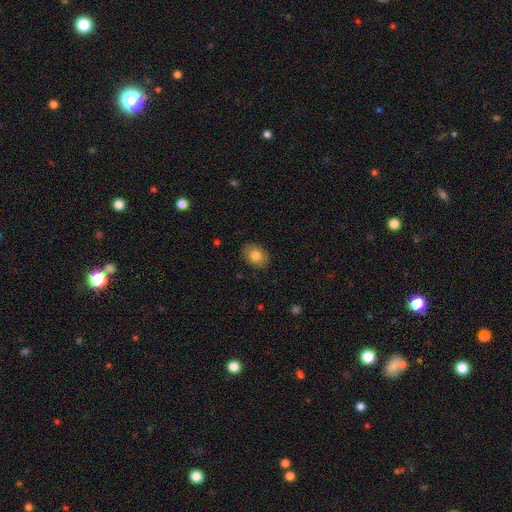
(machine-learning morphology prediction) A smooth galaxy with no disk features (81%) that is in between round and cigar-shaped (61%). Merging: none (87%).